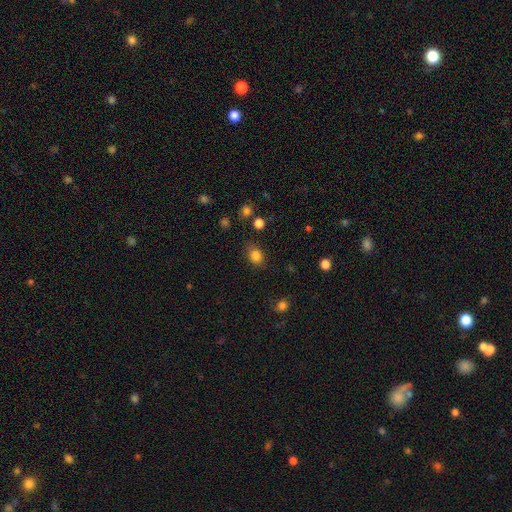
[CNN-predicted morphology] Overall: smooth (83%). How rounded: in between (62%; round 36%). Merging: none (76%).